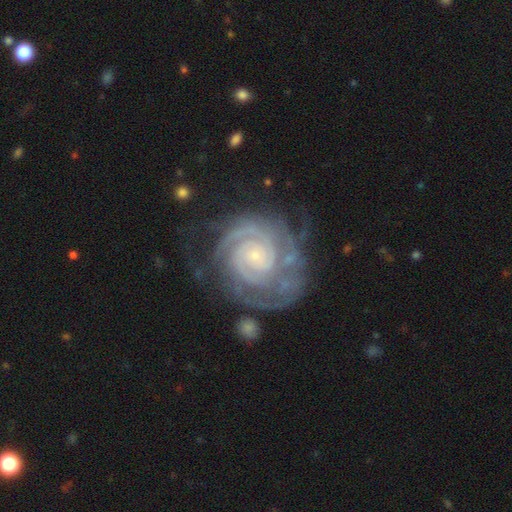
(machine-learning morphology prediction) featured or disk 91%, star or artifact 5%, smooth 4%. Down the decision tree: edge-on disk — no (98%); bar — no (74%); spiral arms — yes (98%); spiral arm count — 2 (46%); spiral winding — tight (82%); bulge size — small (82%); merging — none (66%).